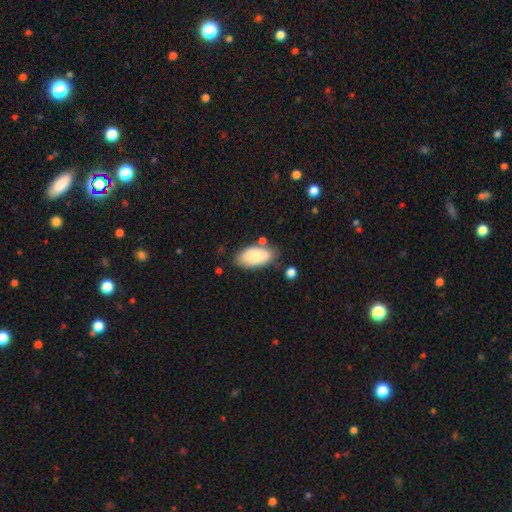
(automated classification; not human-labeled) Morphology: type=smooth (82%); roundness=in between (94%); merging=none (69%).